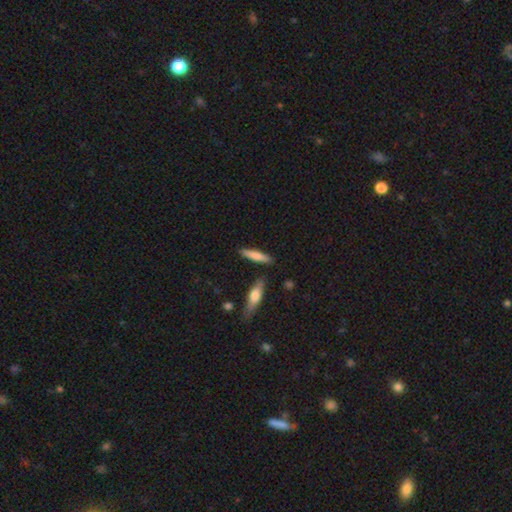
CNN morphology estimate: Q: Smooth or featured?
A: smooth (74%); runner-up: featured or disk (21%)
Q: How rounded?
A: cigar-shaped (80%); runner-up: in between (19%)
Q: Merging?
A: none (82%); runner-up: minor disturbance (11%)